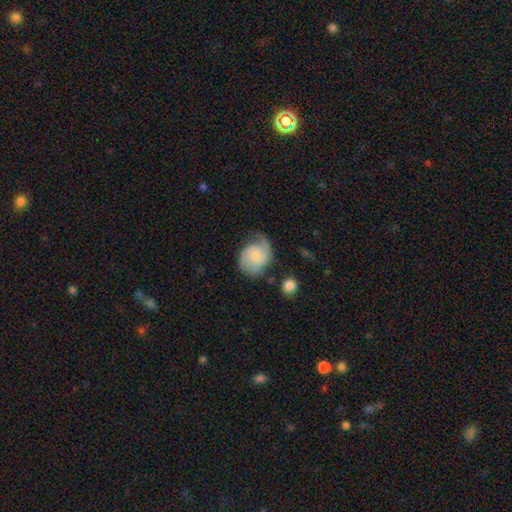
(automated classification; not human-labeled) This is likely a featured or disk galaxy (71%). It is clearly not viewed edge-on (98%). Bar: likely no (65%). Spiral arm pattern: clearly yes (94%). Spiral arm count: likely 2 (67%). Spiral winding: marginally medium (44%). Central bulge: likely small (65%). Merging: possibly none (55%).